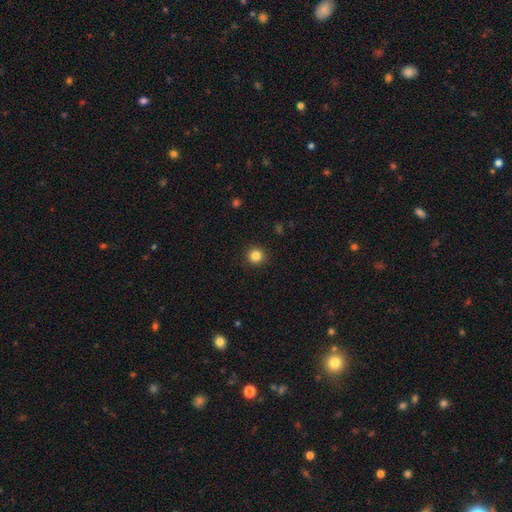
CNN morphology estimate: This appears to be a smooth galaxy with no disk features (84%) that is round (95%). Merging: none (92%).